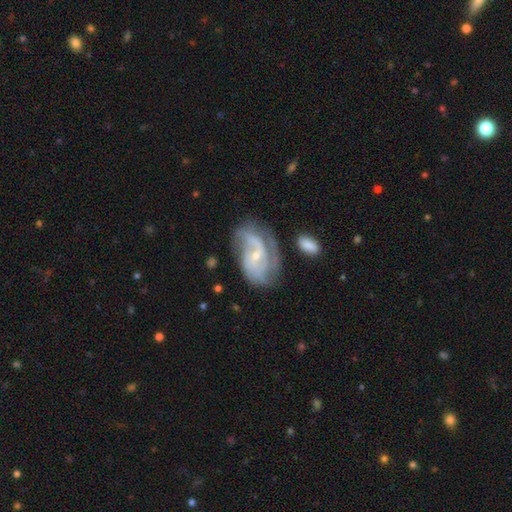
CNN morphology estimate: Q: Smooth or featured?
A: featured or disk (83%); runner-up: smooth (11%)
Q: Edge-on disk?
A: no (97%); runner-up: yes (3%)
Q: Bar?
A: no (58%); runner-up: weak (34%)
Q: Spiral arms?
A: yes (93%); runner-up: no (7%)
Q: Spiral winding?
A: medium (44%); runner-up: tight (35%)
Q: Spiral arm count?
A: 2 (50%); runner-up: can't tell (22%)
Q: Bulge size?
A: small (73%); runner-up: moderate (23%)
Q: Merging?
A: none (54%); runner-up: minor disturbance (25%)